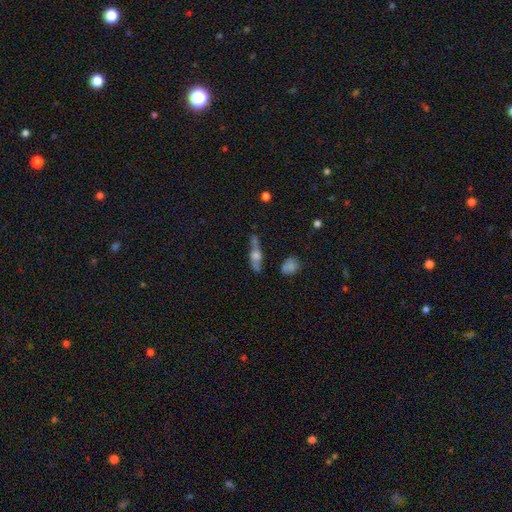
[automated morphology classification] This appears to be a featured or disk galaxy (46%). Merging: none (59%).